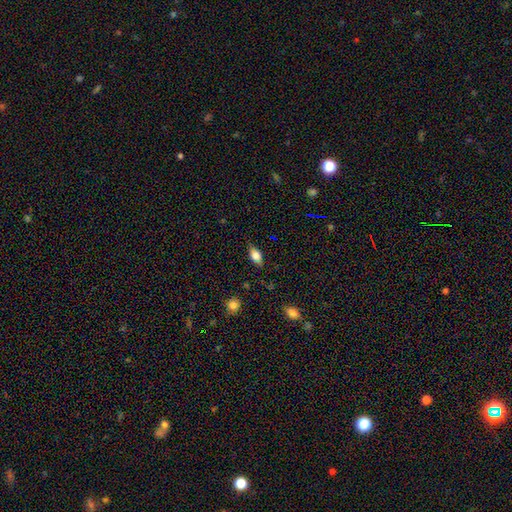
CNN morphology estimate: type=smooth (65%); roundness=in between (81%); merging=none (81%).